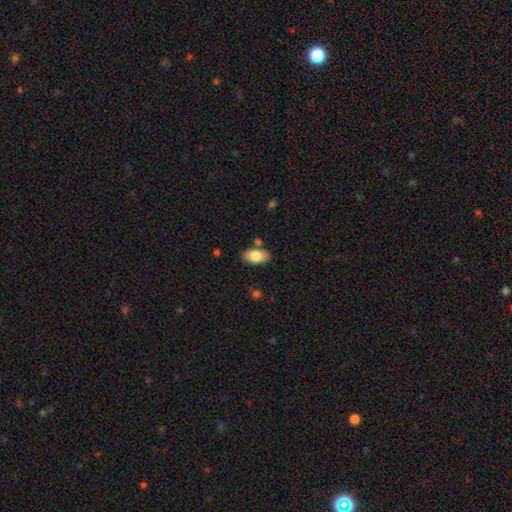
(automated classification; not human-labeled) Morphology: type=smooth (82%); roundness=in between (93%); merging=none (78%).